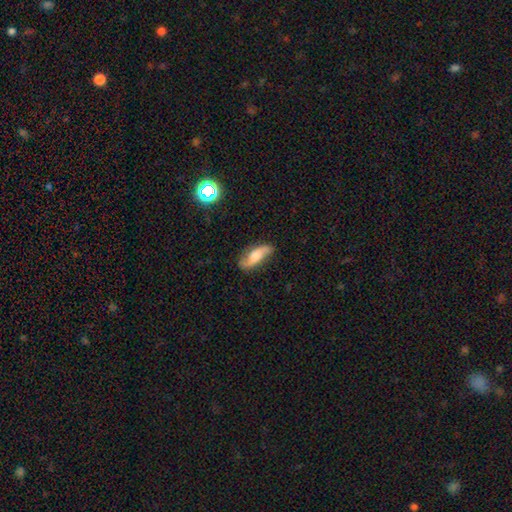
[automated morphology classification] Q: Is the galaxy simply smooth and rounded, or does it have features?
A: featured or disk — 57%.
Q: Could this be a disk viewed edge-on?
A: no — 83%.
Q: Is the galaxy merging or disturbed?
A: none — 76%.